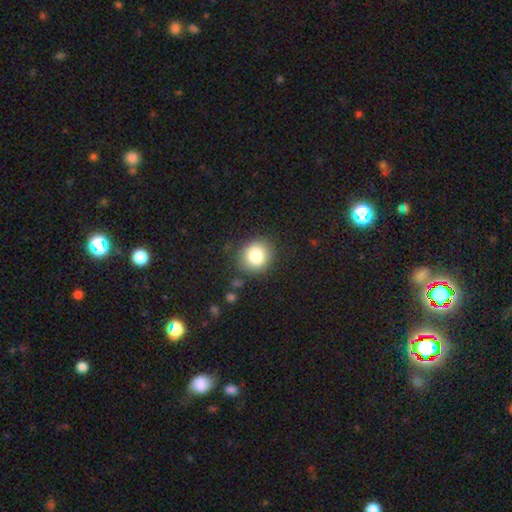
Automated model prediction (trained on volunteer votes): Morphology: type=smooth (82%); roundness=round (86%); merging=none (87%).